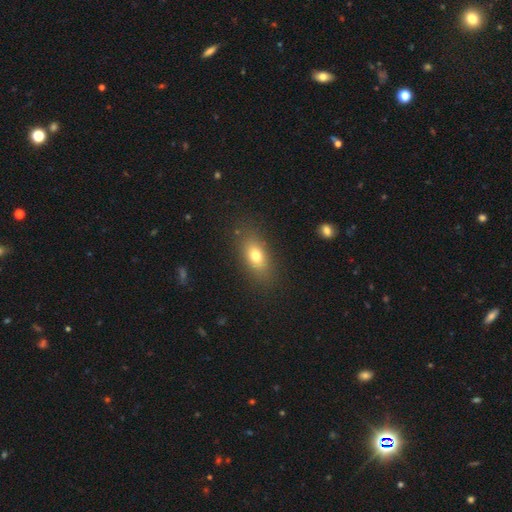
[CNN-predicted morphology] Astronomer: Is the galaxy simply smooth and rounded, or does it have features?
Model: smooth — 73%.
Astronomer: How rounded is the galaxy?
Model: in between — 78%.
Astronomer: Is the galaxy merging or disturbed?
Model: none — 84%.